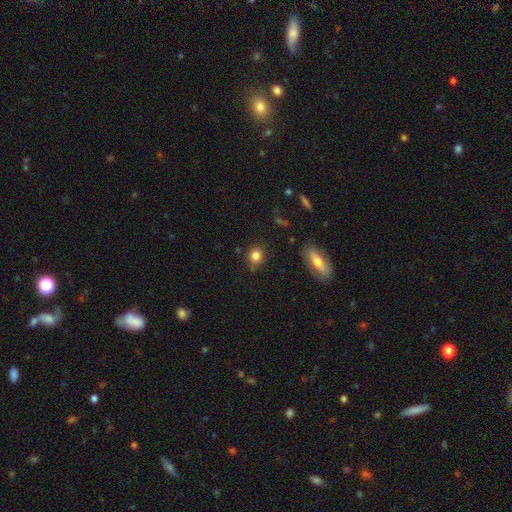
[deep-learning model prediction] Q: Smooth or featured?
A: smooth (82%); runner-up: star or artifact (11%)
Q: How rounded?
A: round (80%); runner-up: in between (18%)
Q: Merging?
A: none (79%); runner-up: minor disturbance (14%)